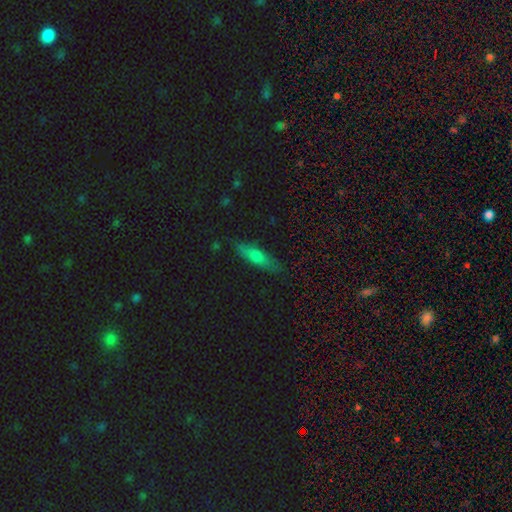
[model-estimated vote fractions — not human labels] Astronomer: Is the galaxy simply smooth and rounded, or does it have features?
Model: smooth — 69%.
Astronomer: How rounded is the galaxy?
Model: cigar-shaped — 56% (runner-up: in between, 41%).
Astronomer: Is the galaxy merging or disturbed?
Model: none — 83%.